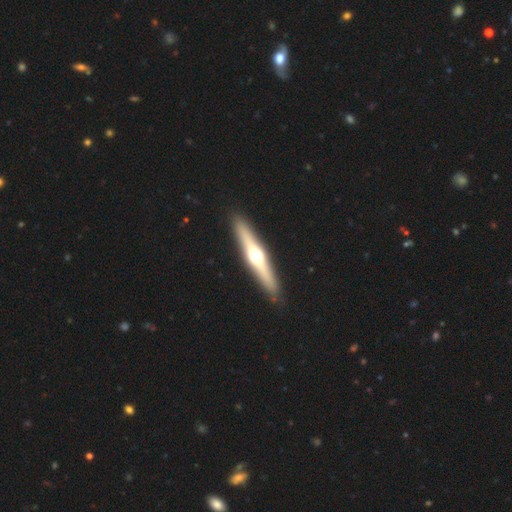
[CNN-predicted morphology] Smooth or featured: featured or disk — 62% (smooth — 32%)
Edge-on disk: yes — 94% (no — 6%)
Edge-on bulge: rounded — 94% (none — 4%)
Merging: none — 91% (minor disturbance — 7%)